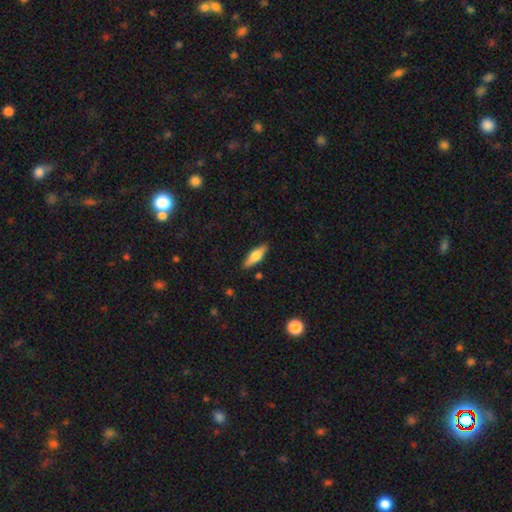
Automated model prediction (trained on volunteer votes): smooth 58%, featured or disk 35%, star or artifact 6%. Down the decision tree: how rounded — in between (49%); merging — none (87%).